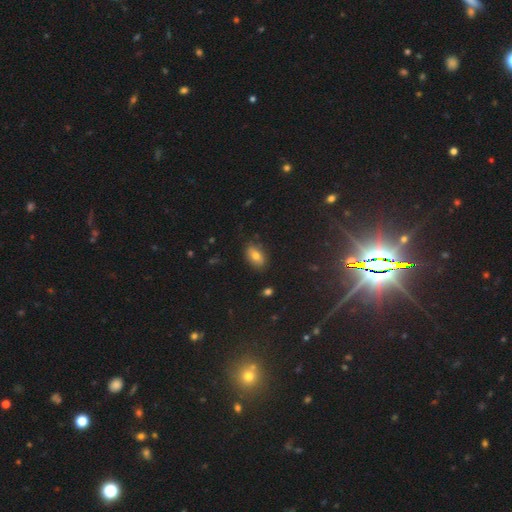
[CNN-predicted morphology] Smooth or featured?
  - smooth: 67% *
  - featured or disk: 19%
  - star or artifact: 14%
How rounded?
  - in between: 86% *
  - round: 9%
  - cigar-shaped: 5%
Merging?
  - none: 84% *
  - minor disturbance: 12%
  - major disturbance: 3%
  - merger: 2%